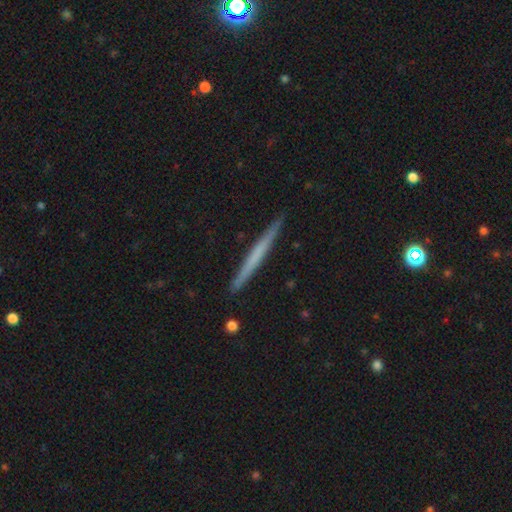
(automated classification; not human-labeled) This appears to be a smooth galaxy with no disk features (48%). Merging: none (92%).